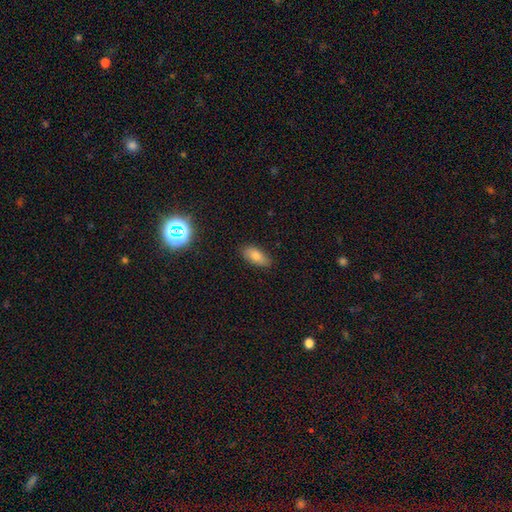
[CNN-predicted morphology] type=smooth (78%); roundness=in between (86%); merging=none (87%).